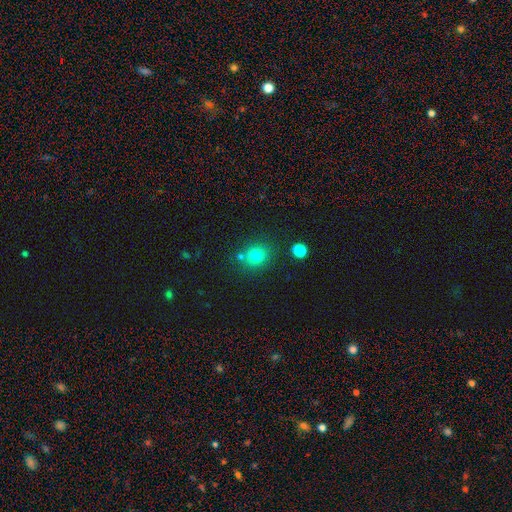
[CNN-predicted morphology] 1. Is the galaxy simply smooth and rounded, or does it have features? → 79% smooth, 13% star or artifact, 7% featured or disk.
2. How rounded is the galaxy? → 81% round, 18% in between, 1% cigar-shaped.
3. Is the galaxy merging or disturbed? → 72% none, 13% merger, 11% minor disturbance, 4% major disturbance.